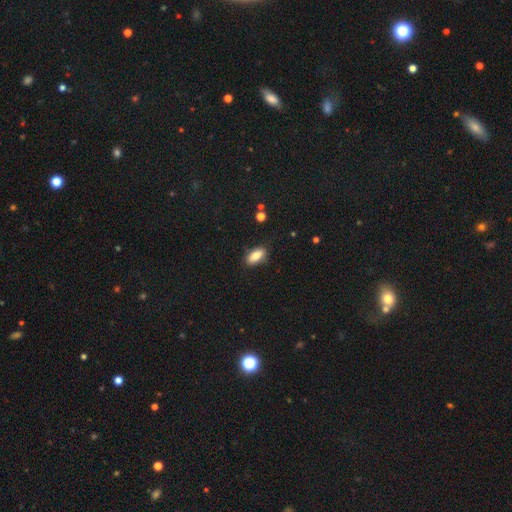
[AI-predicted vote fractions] The model was most divided on "merging": none: 83%, minor disturbance: 13%, major disturbance: 3%, merger: 2%. More confident: how rounded — in between (85%); smooth or featured — smooth (82%).